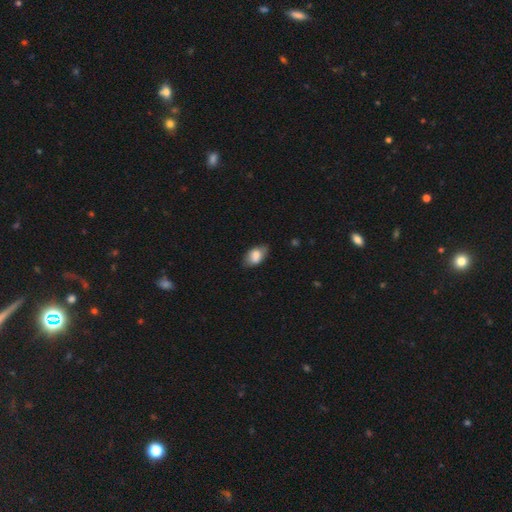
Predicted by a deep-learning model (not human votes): A smooth galaxy with no disk features (77%) that is in between round and cigar-shaped (89%).

Vote fractions:
- Smooth or featured? smooth: 77% / featured or disk: 16% / star or artifact: 7%
- How rounded? in between: 89% / round: 9% / cigar-shaped: 2%
- Merging? none: 71% / minor disturbance: 23% / major disturbance: 5% / merger: 1%